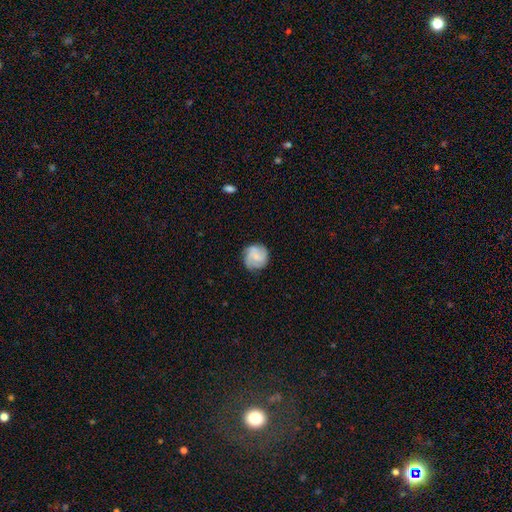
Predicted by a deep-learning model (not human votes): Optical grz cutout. It shows a featured or disk galaxy (49%). Merging: none (79%).